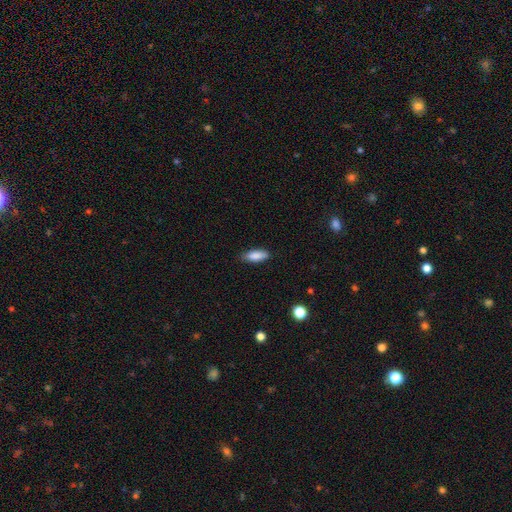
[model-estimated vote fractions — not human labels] A smooth galaxy with no disk features (87%) that is in between round and cigar-shaped (71%).

Vote fractions:
- Smooth or featured? smooth: 87% / star or artifact: 7% / featured or disk: 6%
- How rounded? in between: 71% / cigar-shaped: 27% / round: 2%
- Merging? none: 82% / minor disturbance: 15% / major disturbance: 2% / merger: 1%